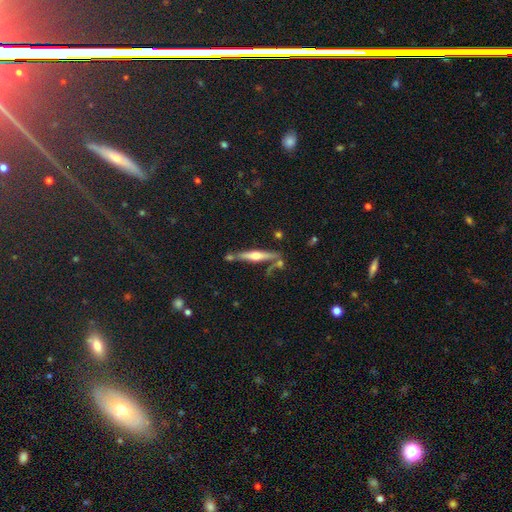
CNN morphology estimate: The model was most divided on "smooth or featured": featured or disk: 68%, smooth: 25%, star or artifact: 7%. More confident: edge-on disk — yes (96%); edge-on bulge — rounded (89%); merging — none (72%).